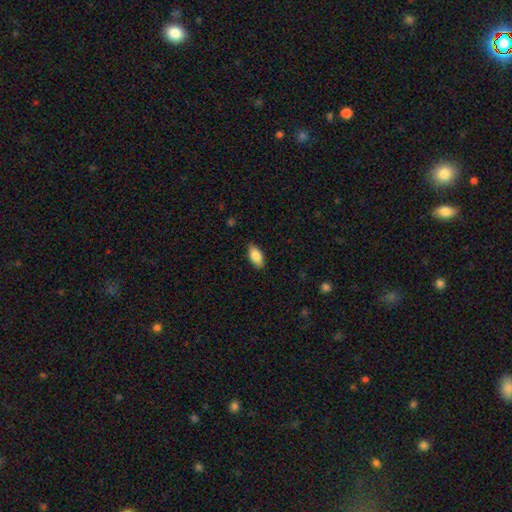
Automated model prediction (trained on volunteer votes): A smooth galaxy with no disk features (83%) that is in between round and cigar-shaped (89%).

Vote fractions:
- Smooth or featured? smooth: 83% / featured or disk: 10% / star or artifact: 7%
- How rounded? in between: 89% / cigar-shaped: 8% / round: 3%
- Merging? none: 87% / minor disturbance: 10% / major disturbance: 2% / merger: 1%